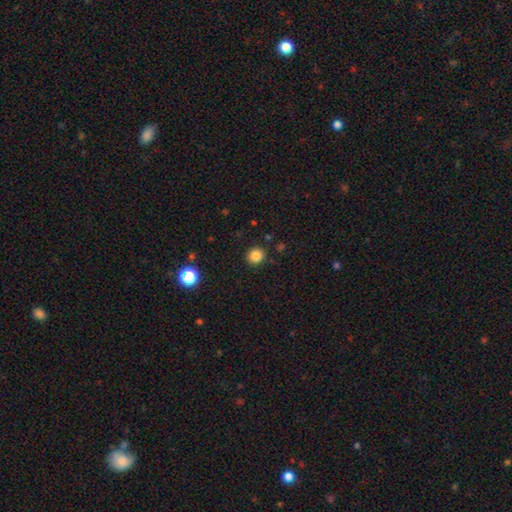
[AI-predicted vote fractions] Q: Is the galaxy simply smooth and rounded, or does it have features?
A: smooth — 83%.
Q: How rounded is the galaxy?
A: round — 87%.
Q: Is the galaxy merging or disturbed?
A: none — 90%.